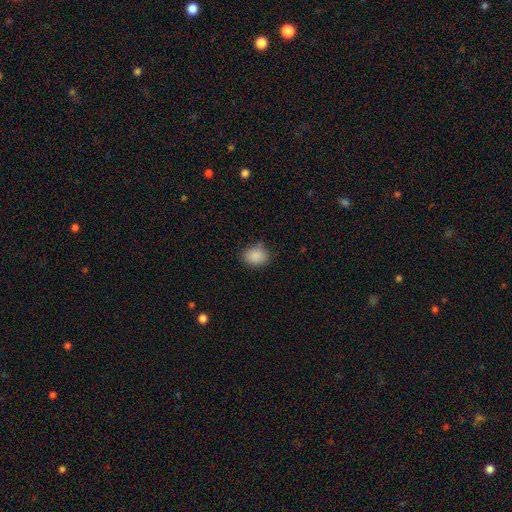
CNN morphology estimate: type=smooth (87%); roundness=round (51%); merging=none (76%).